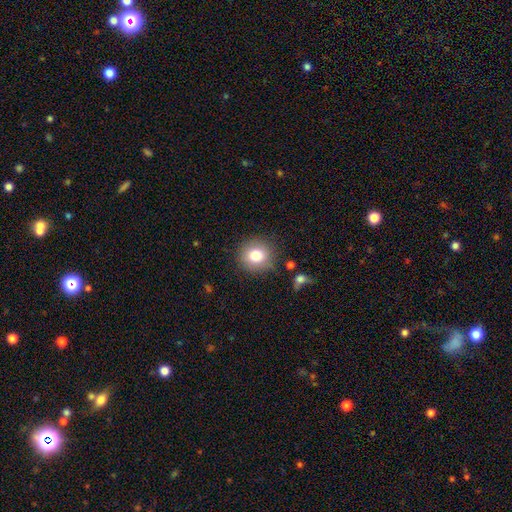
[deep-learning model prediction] Smooth or featured: smooth — 79% (star or artifact — 11%)
How rounded: round — 89% (in between — 10%)
Merging: none — 85% (minor disturbance — 9%)